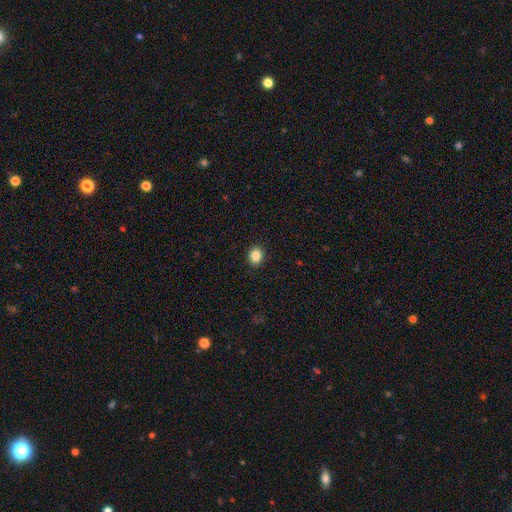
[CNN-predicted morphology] This is clearly a smooth galaxy (86%). How rounded: possibly round (59%). Merging: clearly none (91%).